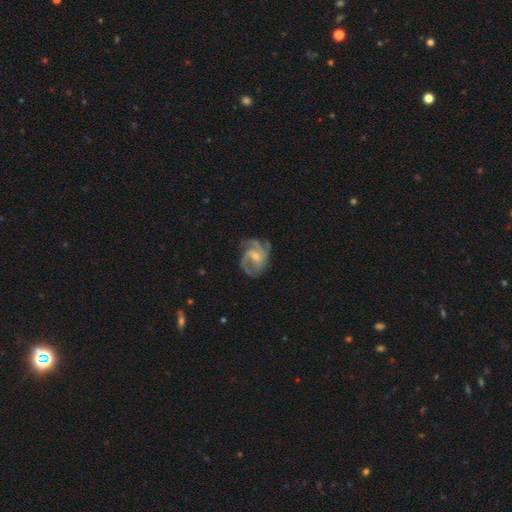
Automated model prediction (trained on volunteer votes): This is clearly a featured or disk galaxy (87%). It is clearly not viewed edge-on (98%). Bar: possibly weak (49%). Spiral arm pattern: clearly yes (96%). Spiral arm count: marginally 3 (36%). Spiral winding: possibly medium (52%). Central bulge: likely small (61%). Merging: likely none (63%).